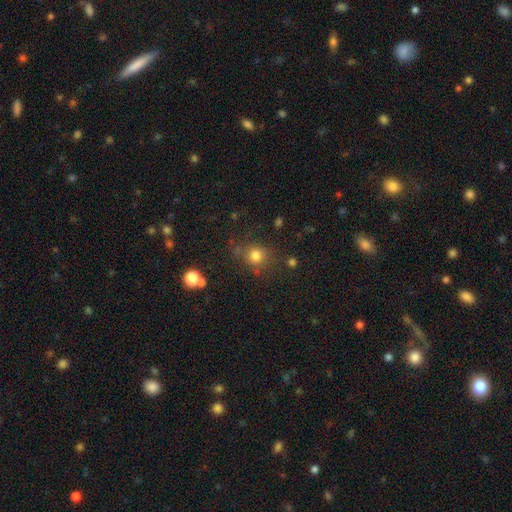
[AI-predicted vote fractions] Smooth or featured? smooth (79%)
How rounded? round (88%)
Merging? none (77%)